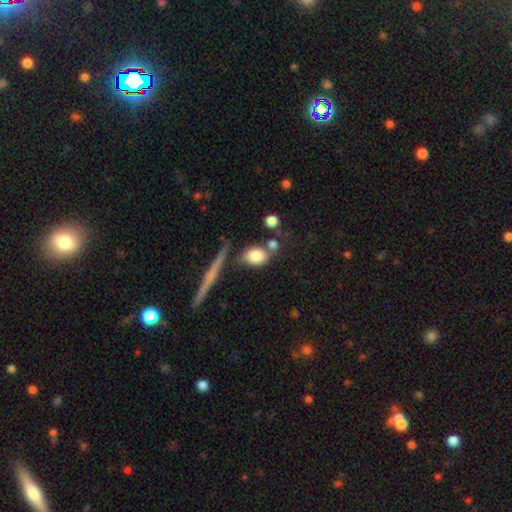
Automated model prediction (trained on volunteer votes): Smooth or featured? Predicted: smooth (p=0.80). How rounded? Predicted: in between (p=0.68). Merging? Predicted: none (p=0.58).